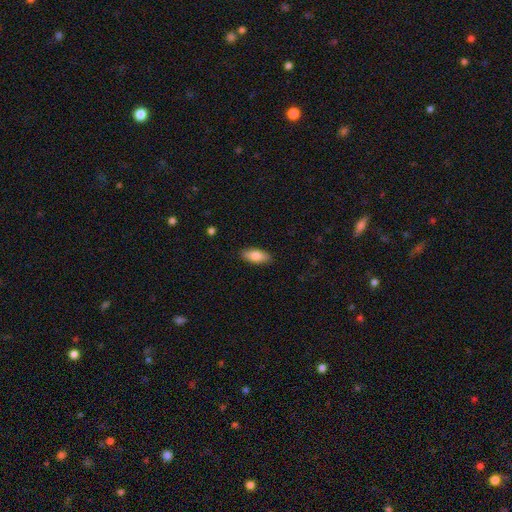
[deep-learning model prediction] Smooth or featured?
  - smooth: 82% *
  - featured or disk: 12%
  - star or artifact: 6%
How rounded?
  - in between: 83% *
  - cigar-shaped: 15%
  - round: 2%
Merging?
  - none: 88% *
  - minor disturbance: 9%
  - major disturbance: 2%
  - merger: 1%